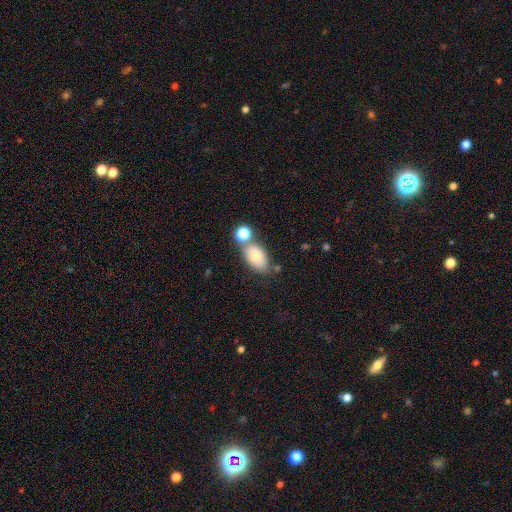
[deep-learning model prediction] Smooth or featured? Predicted: smooth (p=0.75). How rounded? Predicted: in between (p=0.88). Merging? Predicted: none (p=0.57).